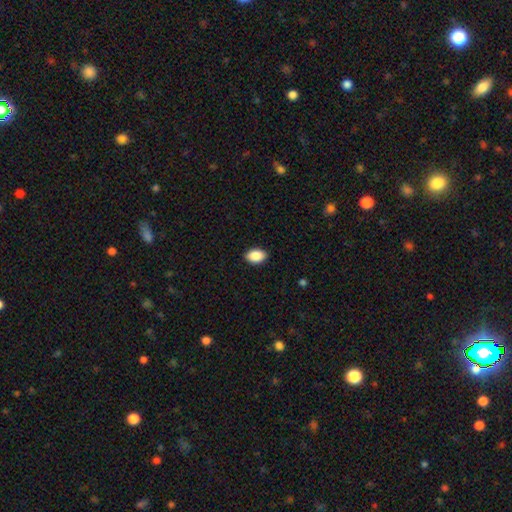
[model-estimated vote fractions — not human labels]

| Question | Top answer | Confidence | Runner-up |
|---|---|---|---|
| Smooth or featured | smooth | 90% | star or artifact (7%) |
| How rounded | in between | 88% | round (11%) |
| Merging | none | 89% | minor disturbance (8%) |